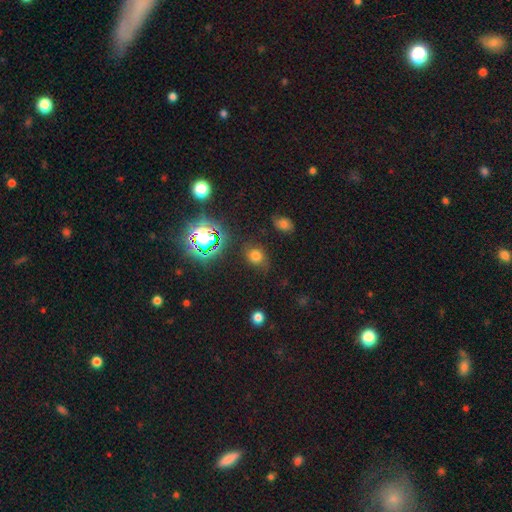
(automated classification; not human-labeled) Morphology: type=smooth (66%); roundness=round (63%); merging=none (74%).